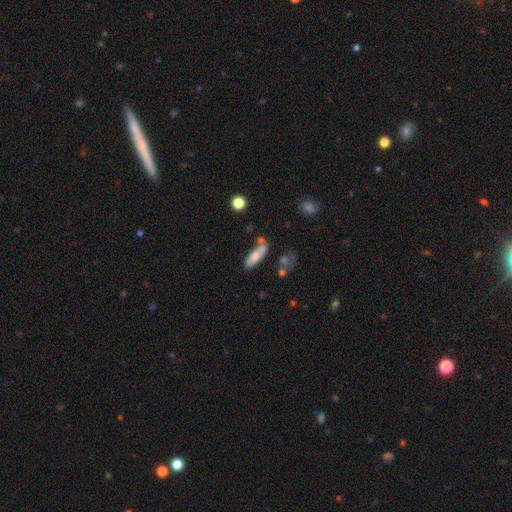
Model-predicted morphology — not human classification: Q: Smooth or featured?
A: smooth (72%); runner-up: featured or disk (21%)
Q: How rounded?
A: cigar-shaped (51%); runner-up: in between (47%)
Q: Merging?
A: none (57%); runner-up: minor disturbance (20%)